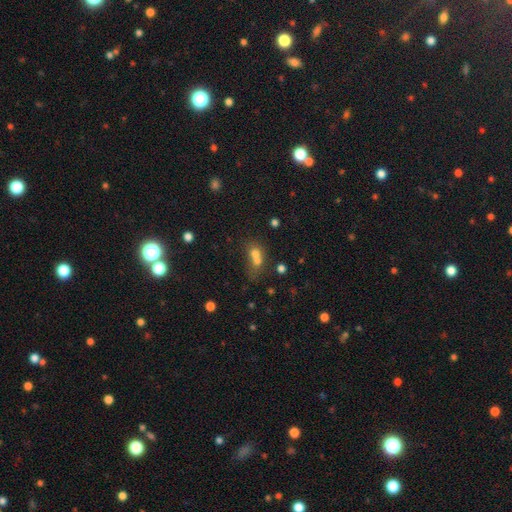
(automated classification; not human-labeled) Smooth or featured?
  - smooth: 65% *
  - featured or disk: 19%
  - star or artifact: 16%
How rounded?
  - round: 62% *
  - in between: 35%
  - cigar-shaped: 2%
Merging?
  - merger: 68% *
  - none: 21%
  - minor disturbance: 6%
  - major disturbance: 5%